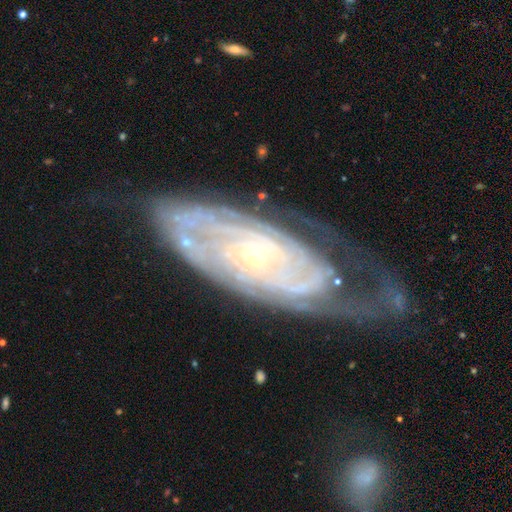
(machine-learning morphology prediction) This is clearly a featured or disk galaxy (86%). It is clearly not viewed edge-on (91%). Bar: likely no (75%). Spiral arm pattern: clearly yes (94%). Spiral arm count: marginally can't tell (44%). Spiral winding: likely tight (76%). Central bulge: clearly small (83%). Merging: possibly none (50%).